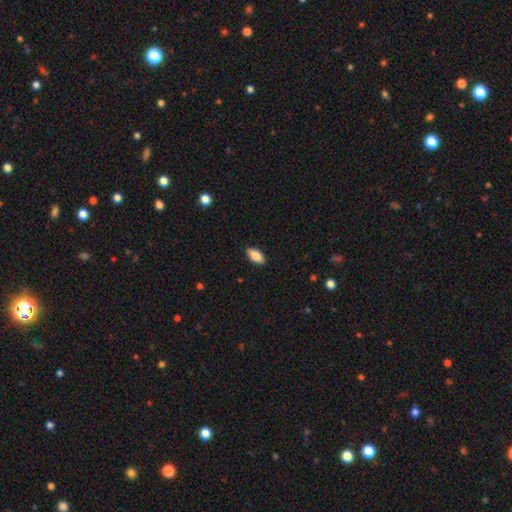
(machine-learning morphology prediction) Q: Smooth or featured?
A: smooth (86%); runner-up: featured or disk (7%)
Q: How rounded?
A: in between (89%); runner-up: cigar-shaped (9%)
Q: Merging?
A: none (89%); runner-up: minor disturbance (9%)